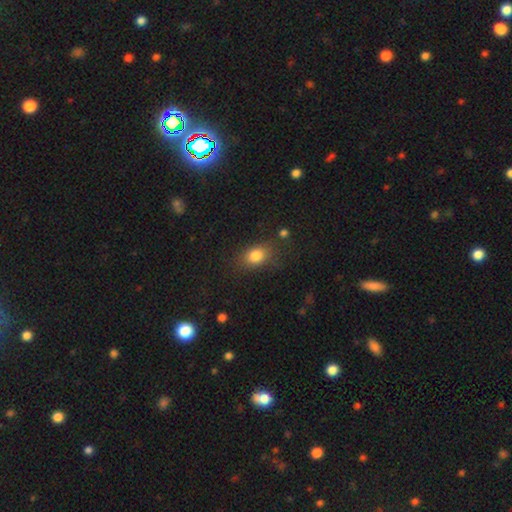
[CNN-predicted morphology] Smooth or featured? smooth (82%)
How rounded? in between (69%)
Merging? none (75%)